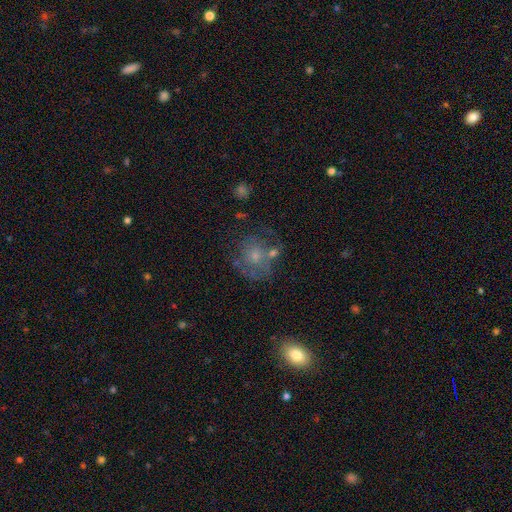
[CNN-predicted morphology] type=featured or disk (46%); merging=none (51%).